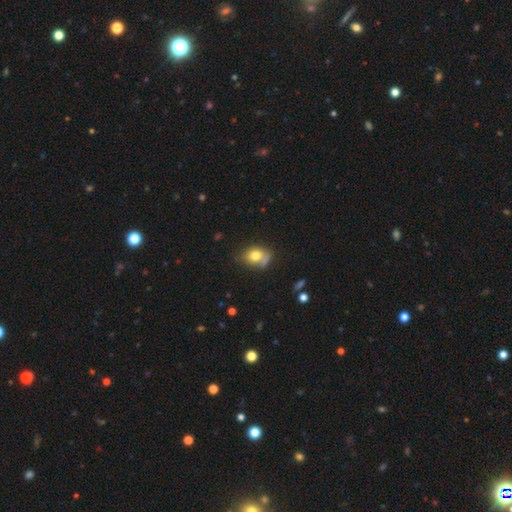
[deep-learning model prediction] This appears to be a smooth galaxy with no disk features (76%) that is in between round and cigar-shaped (58%). Merging: none (52%).